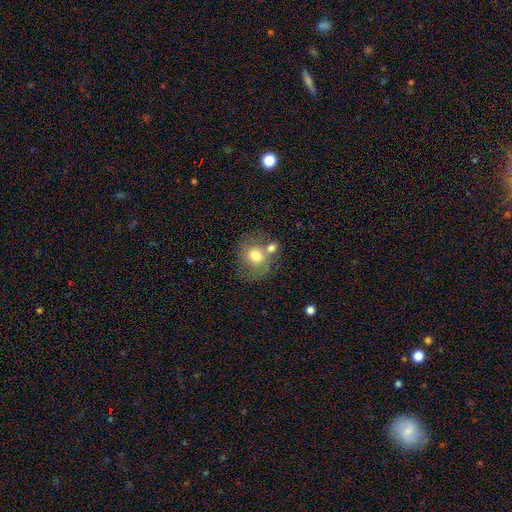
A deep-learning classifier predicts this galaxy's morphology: Smooth or featured? smooth (69%)
How rounded? round (73%)
Merging? none (45%)